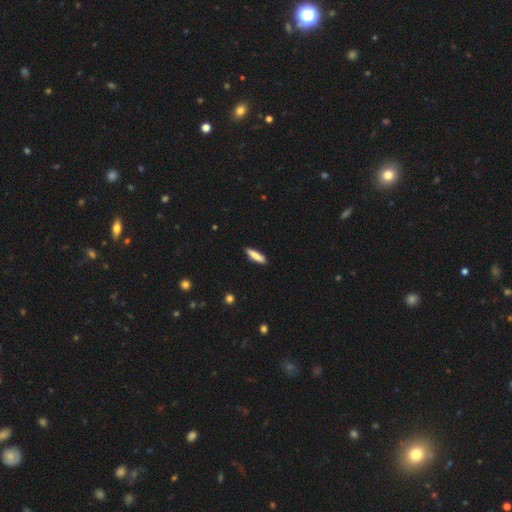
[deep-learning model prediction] A smooth galaxy with no disk features (83%) that is cigar-shaped (73%). Merging: none (88%).